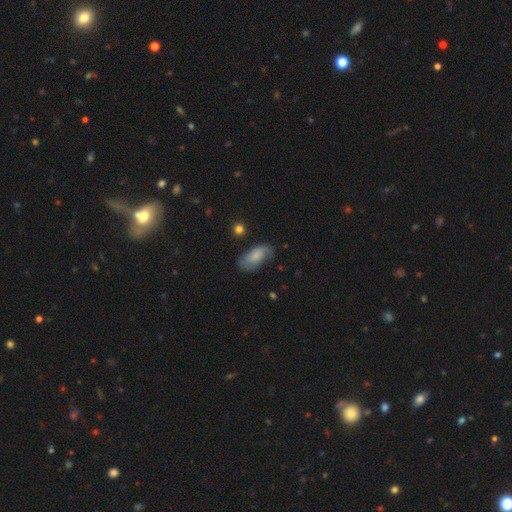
smooth_or_featured: smooth (p=0.59) [alt: featured or disk p=0.36]
how_rounded: in between (p=0.91) [alt: cigar-shaped p=0.09]
merging: none (p=0.81) [alt: minor disturbance p=0.16]